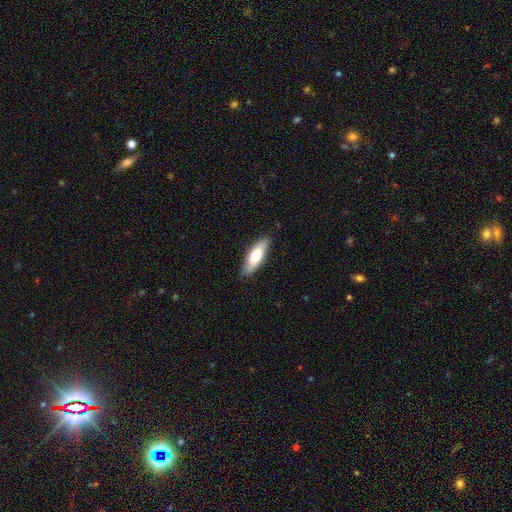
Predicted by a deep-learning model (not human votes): The model was most divided on "how rounded": in between: 51%, cigar-shaped: 48%, round: 2%. More confident: merging — none (86%); smooth or featured — smooth (72%).